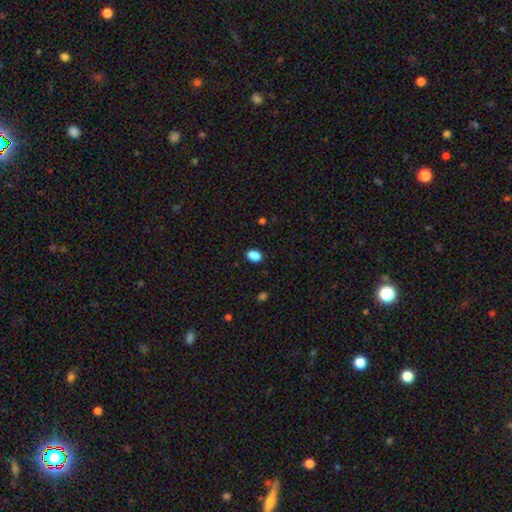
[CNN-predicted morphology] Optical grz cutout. It shows a smooth galaxy with no disk features (88%) that is in between round and cigar-shaped (87%). Merging: none (87%).